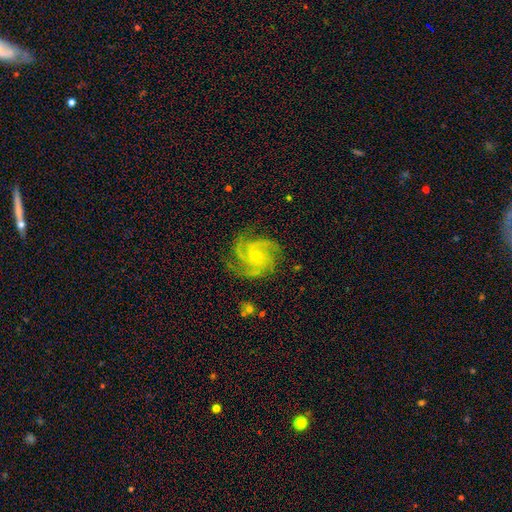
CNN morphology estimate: Q: Smooth or featured?
A: featured or disk (91%); runner-up: star or artifact (5%)
Q: Edge-on disk?
A: no (98%); runner-up: yes (2%)
Q: Bar?
A: no (75%); runner-up: weak (20%)
Q: Spiral arms?
A: yes (99%); runner-up: no (1%)
Q: Spiral winding?
A: tight (56%); runner-up: medium (40%)
Q: Spiral arm count?
A: 3 (55%); runner-up: 4 (26%)
Q: Bulge size?
A: small (72%); runner-up: moderate (24%)
Q: Merging?
A: none (78%); runner-up: minor disturbance (16%)